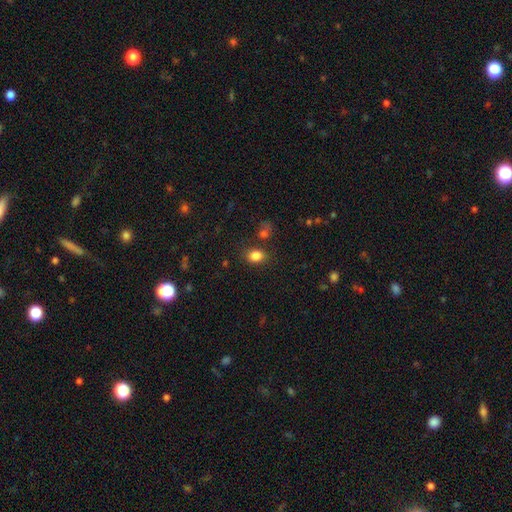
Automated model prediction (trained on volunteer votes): Smooth or featured? smooth (84%)
How rounded? in between (65%)
Merging? none (75%)